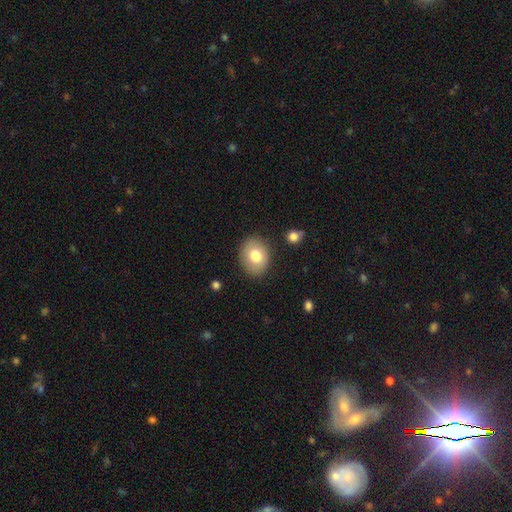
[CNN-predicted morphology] Overall: smooth (75%). How rounded: in between (51%; round 49%). Merging: none (85%).